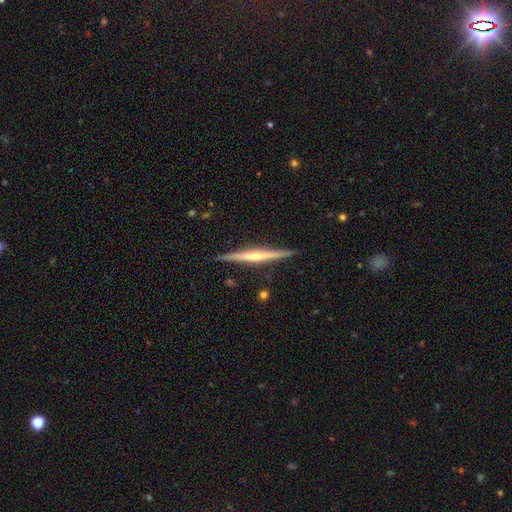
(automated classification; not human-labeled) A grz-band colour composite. It shows a featured or disk galaxy (81%) viewed edge-on (98%) with a rounded central bulge (80%). Merging: none (90%).